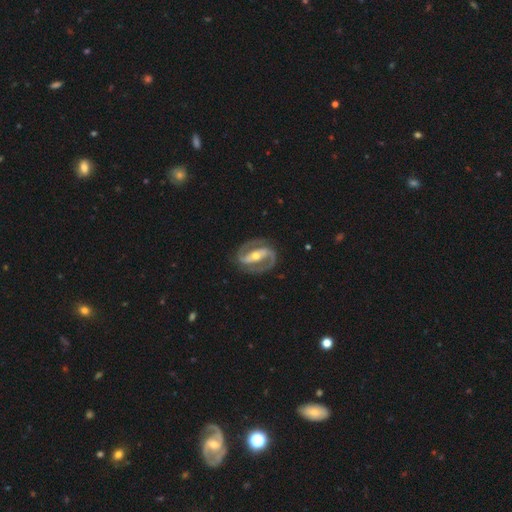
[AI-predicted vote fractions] This is clearly a featured or disk galaxy (91%). It is clearly not viewed edge-on (97%). Bar: likely strong (65%). Spiral arm pattern: clearly yes (96%). Spiral arm count: clearly 2 (93%). Spiral winding: possibly medium (53%). Central bulge: likely moderate (61%). Merging: clearly none (84%).